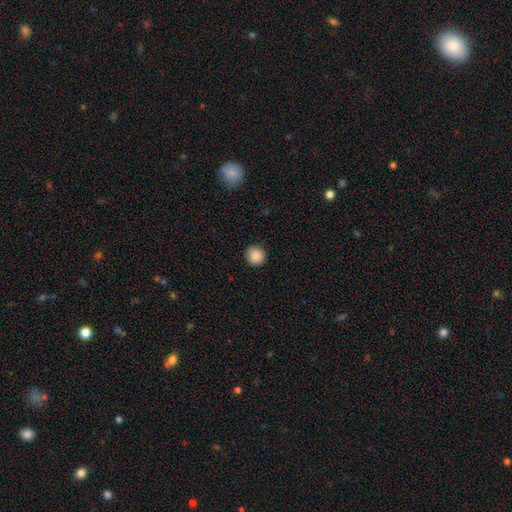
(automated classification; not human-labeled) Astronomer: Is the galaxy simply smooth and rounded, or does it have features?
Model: smooth — 87%.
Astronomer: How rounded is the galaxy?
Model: round — 92%.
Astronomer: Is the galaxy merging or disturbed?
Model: none — 90%.